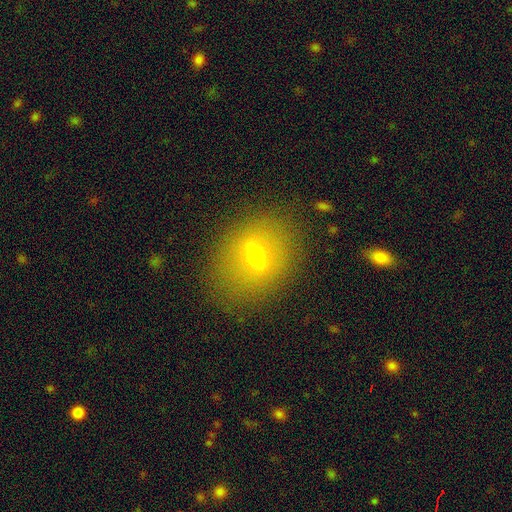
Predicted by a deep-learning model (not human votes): Smooth or featured? Predicted: smooth (p=0.53). How rounded? Predicted: round (p=0.52). Merging? Predicted: none (p=0.82).